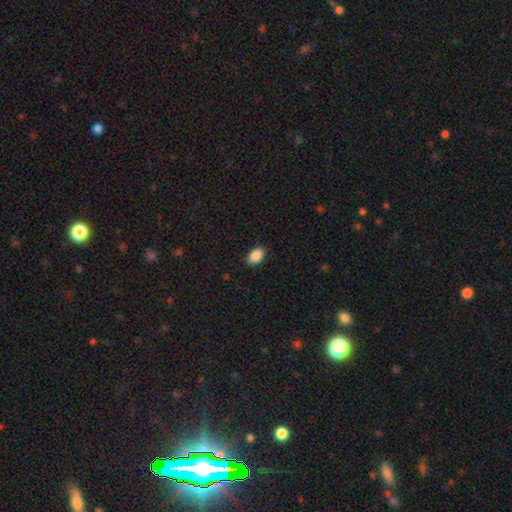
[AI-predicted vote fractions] Smooth or featured: smooth — 89% (star or artifact — 7%)
How rounded: in between — 91% (round — 8%)
Merging: none — 87% (minor disturbance — 10%)